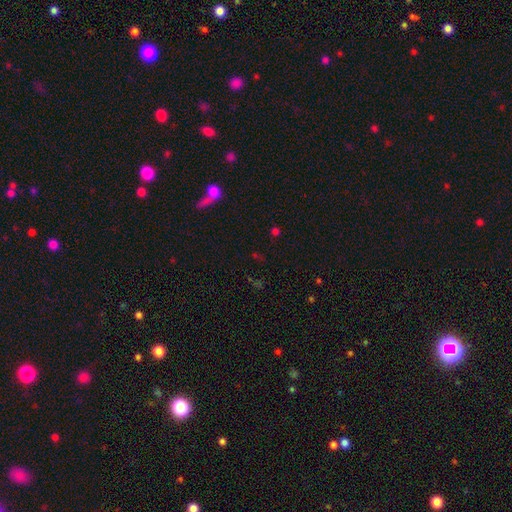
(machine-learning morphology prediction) smooth_or_featured: star or artifact (p=0.56) [alt: smooth p=0.34]